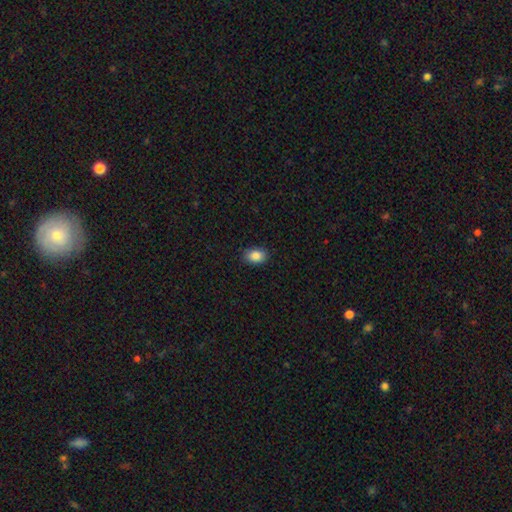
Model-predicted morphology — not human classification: A smooth galaxy with no disk features (87%) that is in between round and cigar-shaped (79%). Merging: none (86%).